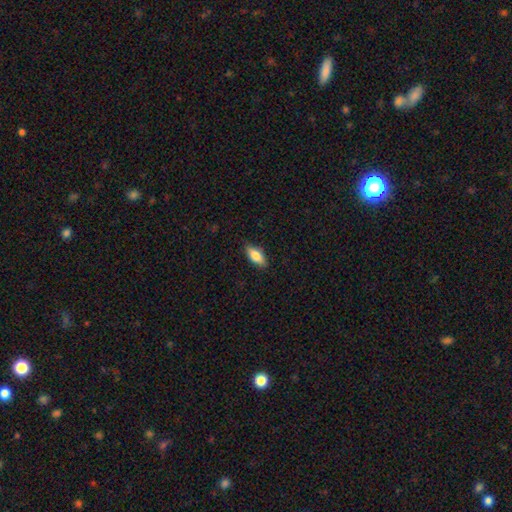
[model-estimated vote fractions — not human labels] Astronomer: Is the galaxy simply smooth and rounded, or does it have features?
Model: smooth — 78%.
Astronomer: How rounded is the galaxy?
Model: in between — 80%.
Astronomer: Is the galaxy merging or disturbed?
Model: none — 85%.